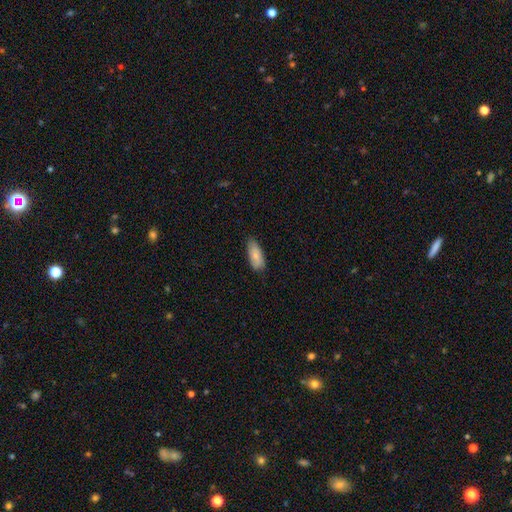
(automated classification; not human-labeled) Overall: smooth (80%). How rounded: in between (84%). Merging: none (75%).